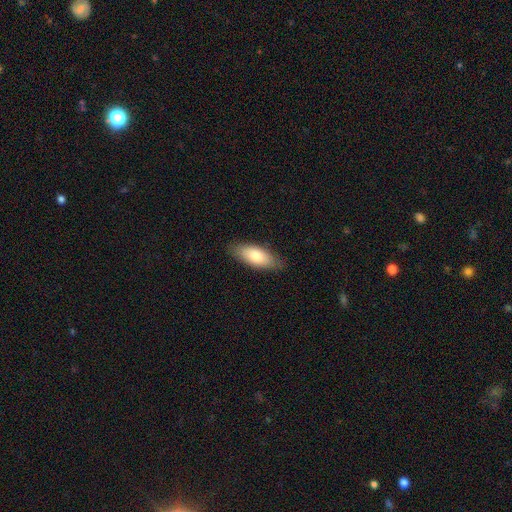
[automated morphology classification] A smooth galaxy with no disk features (78%) that is in between round and cigar-shaped (78%).

Vote fractions:
- Smooth or featured? smooth: 78% / featured or disk: 16% / star or artifact: 6%
- How rounded? in between: 78% / cigar-shaped: 20% / round: 2%
- Merging? none: 84% / minor disturbance: 13% / major disturbance: 2% / merger: 1%